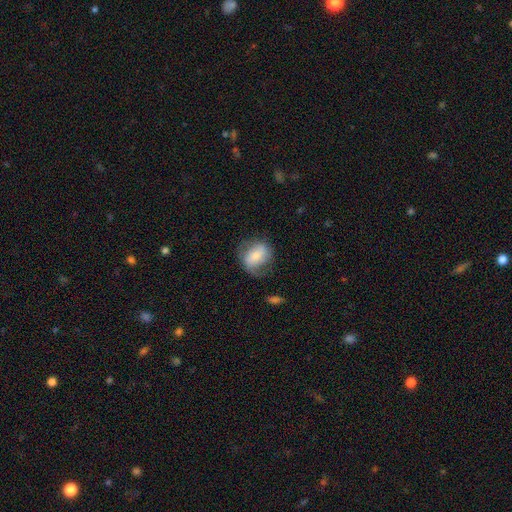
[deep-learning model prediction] This is possibly a smooth galaxy (53%). How rounded: possibly in between (59%). Merging: possibly none (55%).